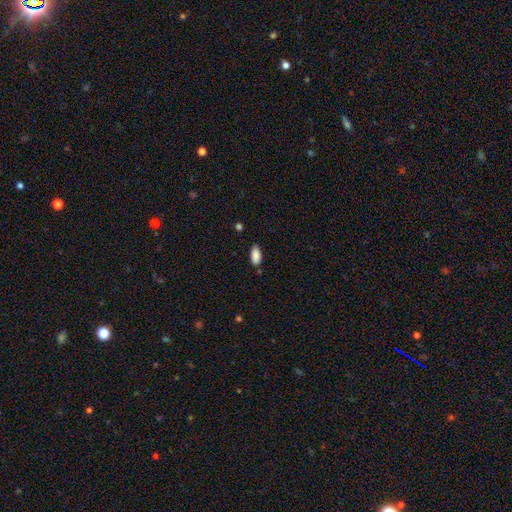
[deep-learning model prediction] Smooth or featured?
  - smooth: 89% *
  - star or artifact: 7%
  - featured or disk: 4%
How rounded?
  - in between: 90% *
  - cigar-shaped: 8%
  - round: 2%
Merging?
  - none: 79% *
  - minor disturbance: 16%
  - major disturbance: 3%
  - merger: 2%